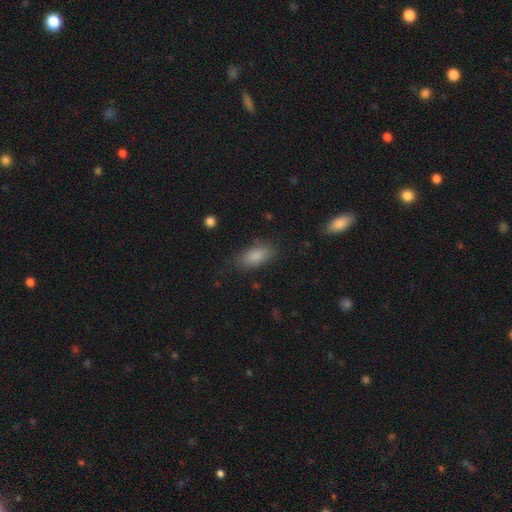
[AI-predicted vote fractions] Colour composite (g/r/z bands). It shows a smooth galaxy with no disk features (86%) that is in between round and cigar-shaped (89%). Merging: none (80%).